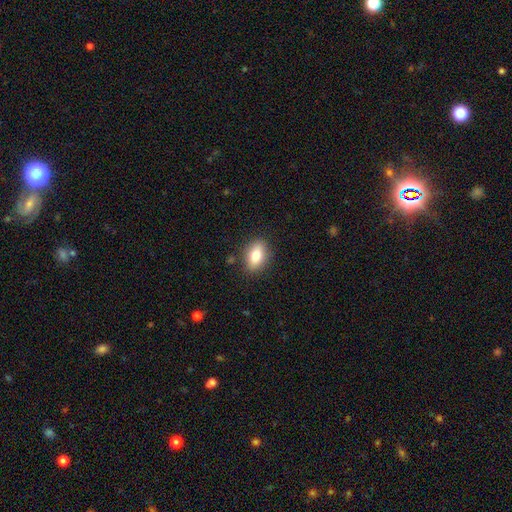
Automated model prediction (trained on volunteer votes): This is likely a smooth galaxy (78%). How rounded: clearly in between (83%). Merging: clearly none (86%).